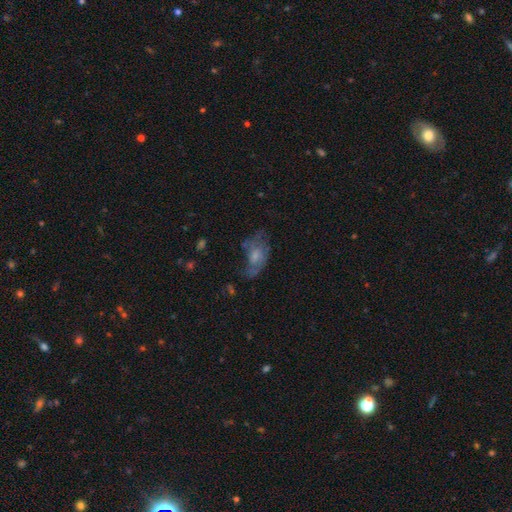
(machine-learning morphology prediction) Smooth or featured? featured or disk (54%)
Edge-on disk? no (95%)
Bar? no (64%)
Spiral arms? yes (66%)
Bulge size? small (35%, tied with moderate)
Merging? none (39%)